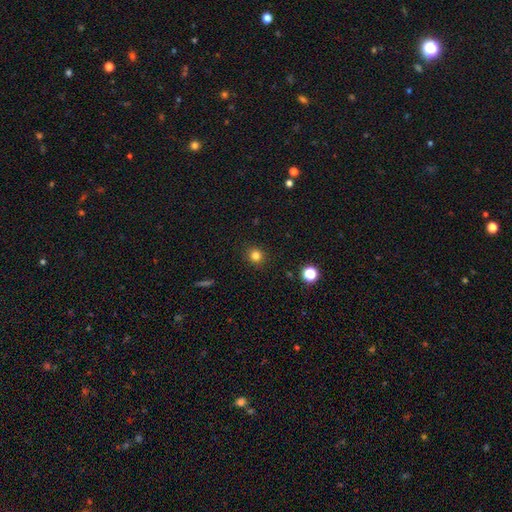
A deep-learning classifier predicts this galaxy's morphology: Smooth or featured? Predicted: smooth (p=0.80). How rounded? Predicted: round (p=0.90). Merging? Predicted: none (p=0.91).